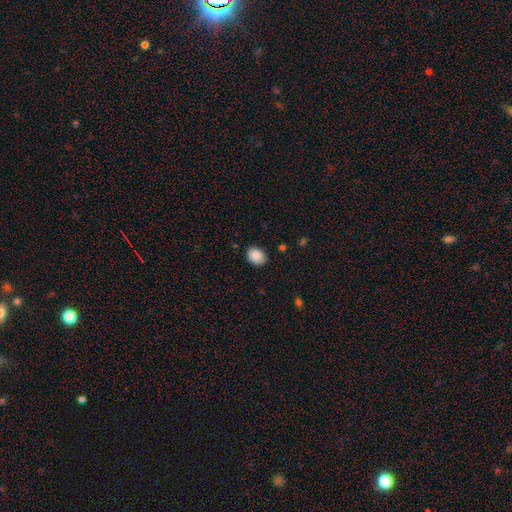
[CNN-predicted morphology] Smooth or featured? Predicted: smooth (p=0.88). How rounded? Predicted: in between (p=0.58). Merging? Predicted: none (p=0.85).